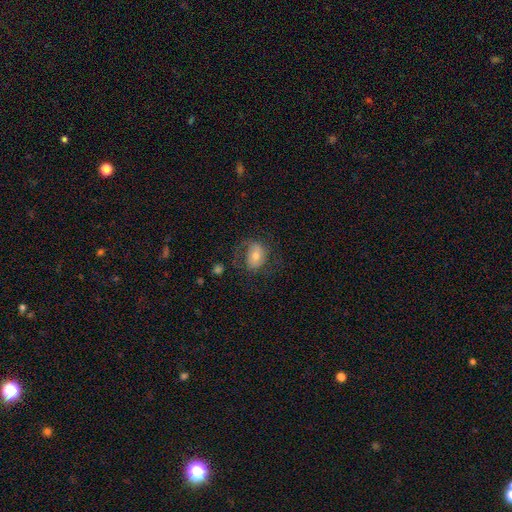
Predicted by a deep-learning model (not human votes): Smooth or featured: featured or disk — 53% (smooth — 38%)
Edge-on disk: no — 96% (yes — 4%)
Bar: no — 51% (weak — 32%)
Spiral arms: yes — 77% (no — 23%)
Bulge size: moderate — 56% (small — 33%)
Merging: none — 59% (major disturbance — 20%)